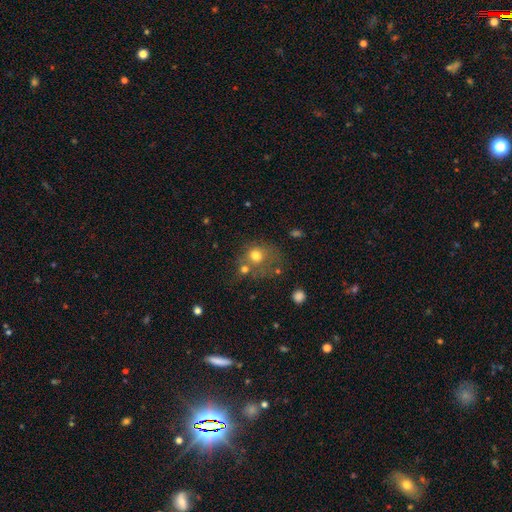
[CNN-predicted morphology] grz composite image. It shows a smooth galaxy with no disk features (70%) that is round (72%). Merging: none (40%).